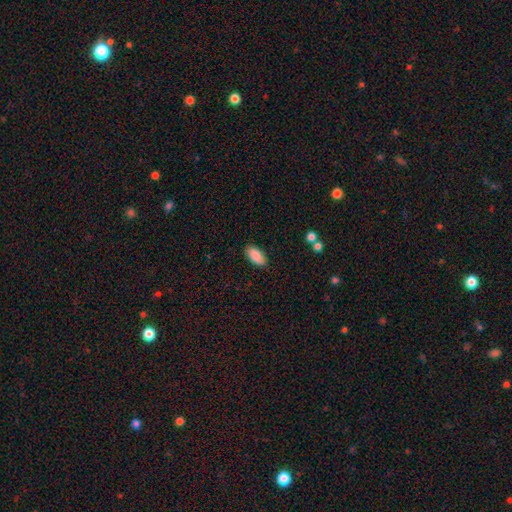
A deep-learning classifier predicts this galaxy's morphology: smooth 89%, star or artifact 7%, featured or disk 5%. Down the decision tree: how rounded — in between (93%); merging — none (88%).